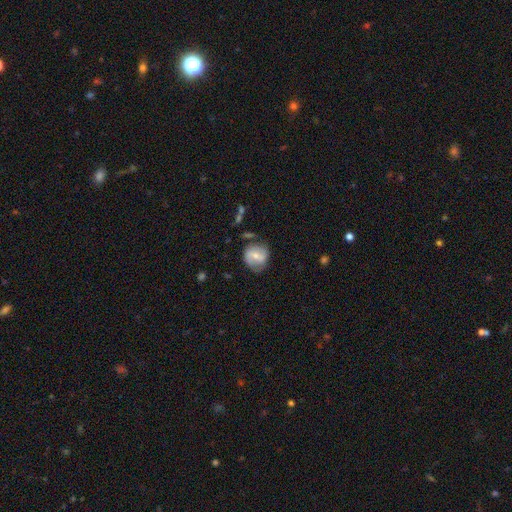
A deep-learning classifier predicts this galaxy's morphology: A featured or disk galaxy (51%).

Vote fractions:
- Smooth or featured? featured or disk: 51% / smooth: 42% / star or artifact: 7%
- Edge-on disk? no: 96% / yes: 4%
- Merging? none: 68% / minor disturbance: 21% / major disturbance: 7% / merger: 3%